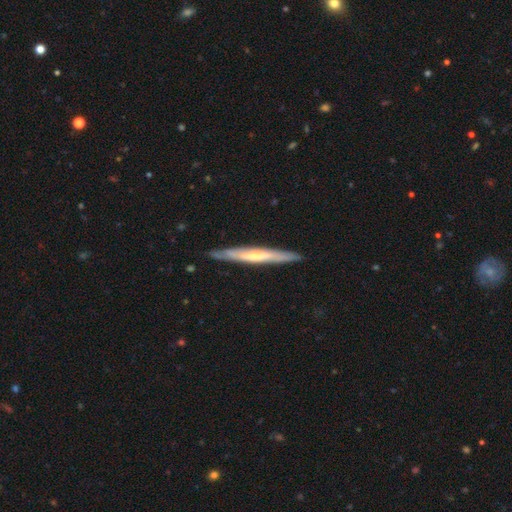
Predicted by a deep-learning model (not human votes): A featured or disk galaxy (59%) viewed edge-on (90%) with no central bulge (56%).

Vote fractions:
- Smooth or featured? featured or disk: 59% / smooth: 36% / star or artifact: 5%
- Edge-on disk? yes: 90% / no: 10%
- Edge-on bulge? none: 56% / rounded: 35% / boxy: 9%
- Merging? none: 87% / minor disturbance: 10% / major disturbance: 2% / merger: 1%